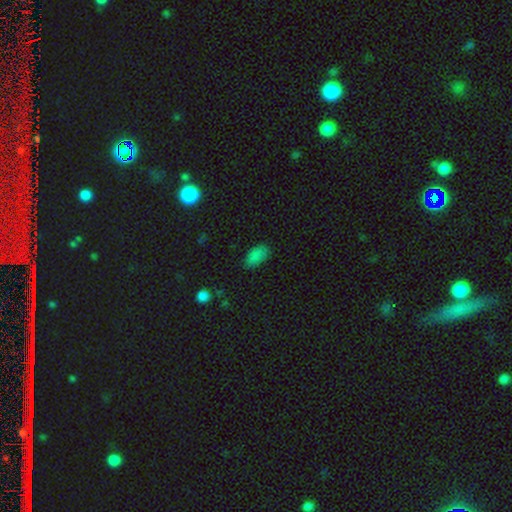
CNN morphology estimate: Smooth or featured? smooth (84%)
How rounded? in between (93%)
Merging? none (78%)